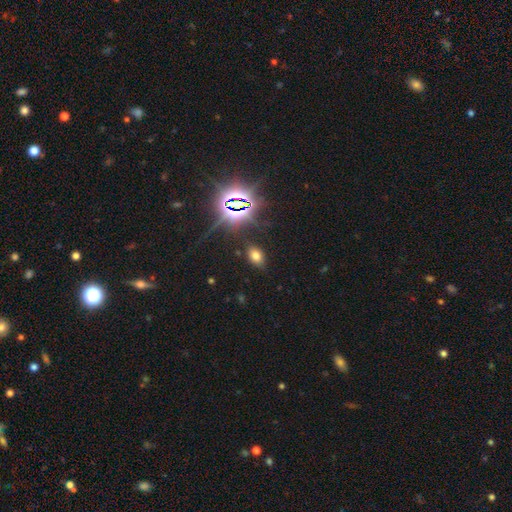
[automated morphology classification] Smooth or featured: smooth — 62% (star or artifact — 30%)
How rounded: in between — 83% (round — 15%)
Merging: none — 84% (minor disturbance — 10%)